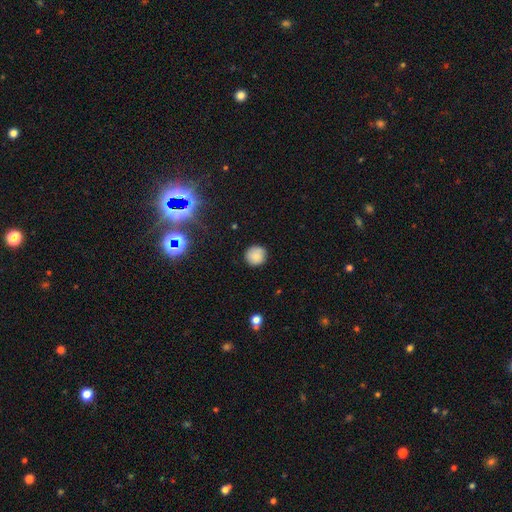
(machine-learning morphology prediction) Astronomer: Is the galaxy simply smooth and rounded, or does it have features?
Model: smooth — 82%.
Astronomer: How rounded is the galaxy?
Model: round — 93%.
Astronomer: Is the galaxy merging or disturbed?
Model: none — 86%.